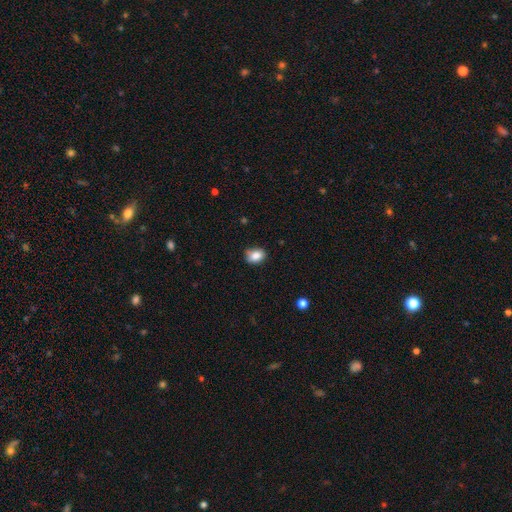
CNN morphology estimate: smooth 83%, star or artifact 9%, featured or disk 8%. Down the decision tree: how rounded — in between (67%); merging — none (70%).